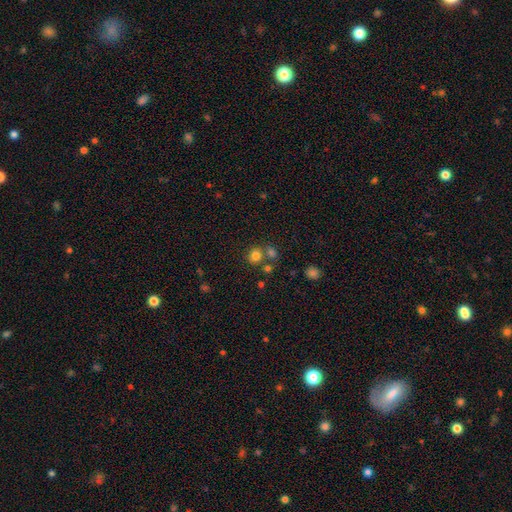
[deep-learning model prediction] Smooth or featured? smooth (78%)
How rounded? round (81%)
Merging? none (65%)